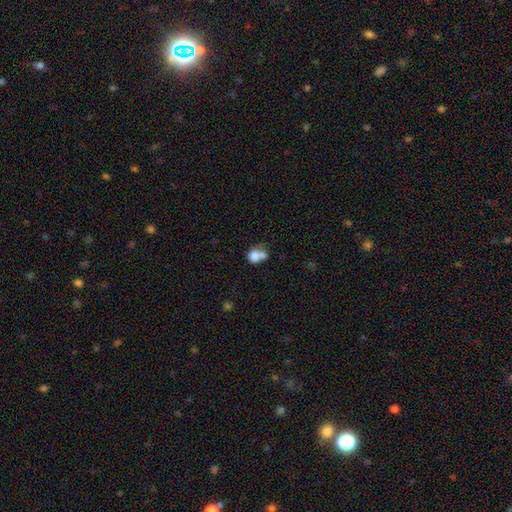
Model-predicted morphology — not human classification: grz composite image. It shows a smooth galaxy with no disk features (75%) that is round (57%). Merging: merger (53%).